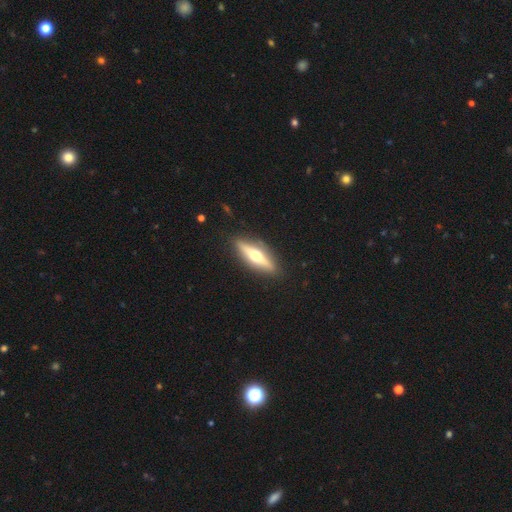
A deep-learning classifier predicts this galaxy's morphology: The model was most divided on "smooth or featured": featured or disk: 64%, smooth: 30%, star or artifact: 5%. More confident: edge-on bulge — rounded (95%); edge-on disk — yes (93%); merging — none (89%).